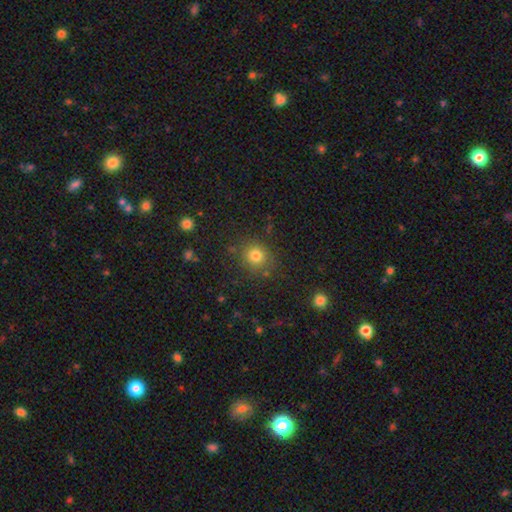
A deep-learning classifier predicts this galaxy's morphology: Overall: smooth (78%). How rounded: round (86%). Merging: none (82%).